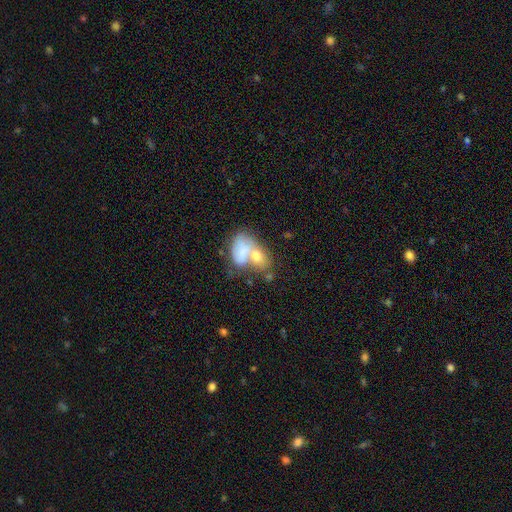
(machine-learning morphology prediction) This appears to be a smooth galaxy with no disk features (60%) that is in between round and cigar-shaped (81%). Merging: merger (59%).